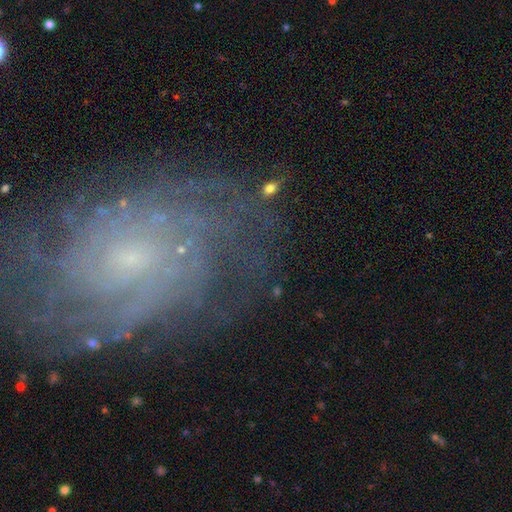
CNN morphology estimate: Overall: featured or disk (81%). Edge-on disk: no (97%). Bar: no (69%). Spiral arms: yes (93%). Spiral arm count: can't tell (42%; more than 4 15%). Spiral winding: tight (69%). Bulge size: small (78%). Merging: none (74%).